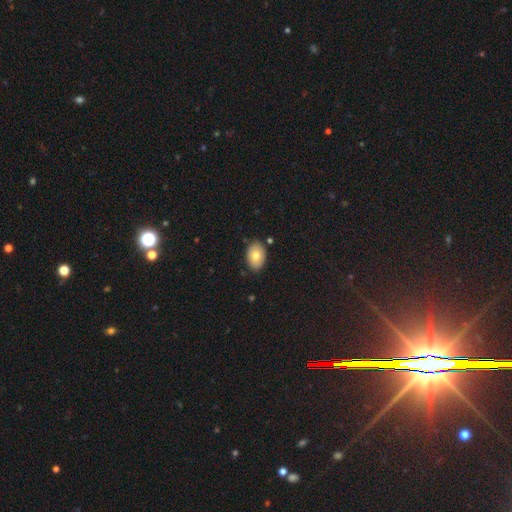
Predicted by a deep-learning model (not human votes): Morphology: type=smooth (76%); roundness=in between (87%); merging=none (84%).